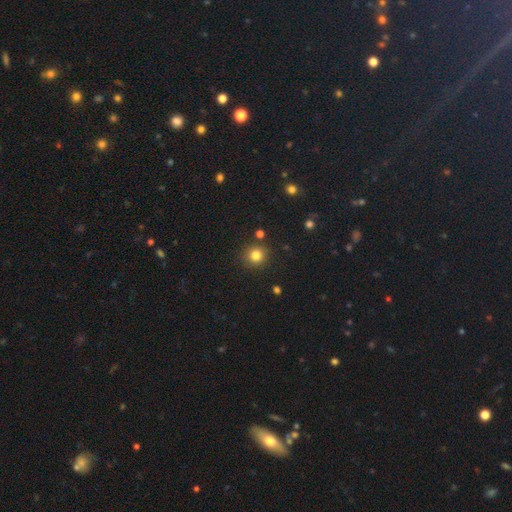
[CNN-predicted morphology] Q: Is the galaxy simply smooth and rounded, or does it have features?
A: smooth — 82%.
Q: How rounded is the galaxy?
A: round — 92%.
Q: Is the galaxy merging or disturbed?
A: none — 87%.